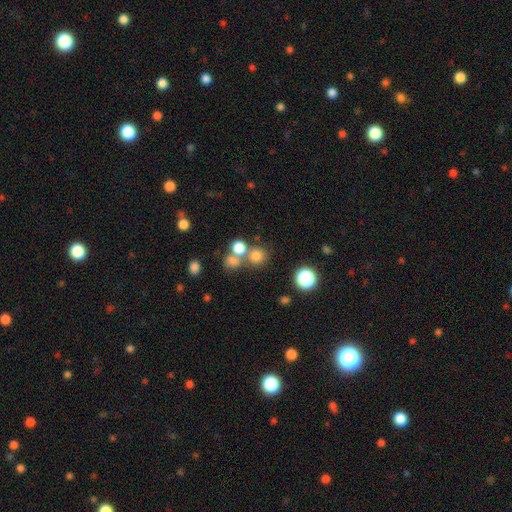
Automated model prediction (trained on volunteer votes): smooth_or_featured: smooth (p=0.74) [alt: star or artifact p=0.18]
how_rounded: round (p=0.88) [alt: in between p=0.11]
merging: none (p=0.60) [alt: merger p=0.27]